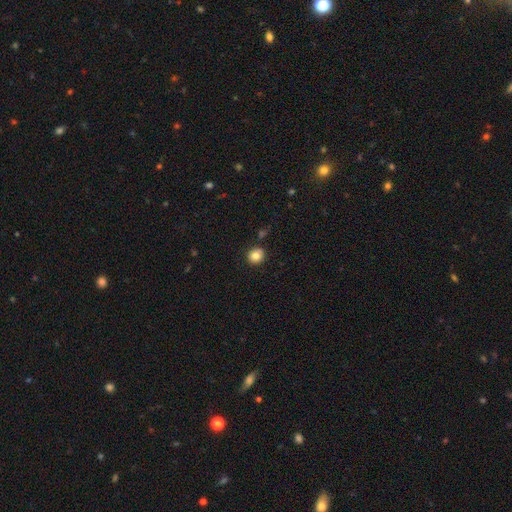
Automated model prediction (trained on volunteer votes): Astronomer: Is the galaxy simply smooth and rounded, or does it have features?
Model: smooth — 83%.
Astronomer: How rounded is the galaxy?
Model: round — 88%.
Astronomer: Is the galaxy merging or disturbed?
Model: none — 86%.